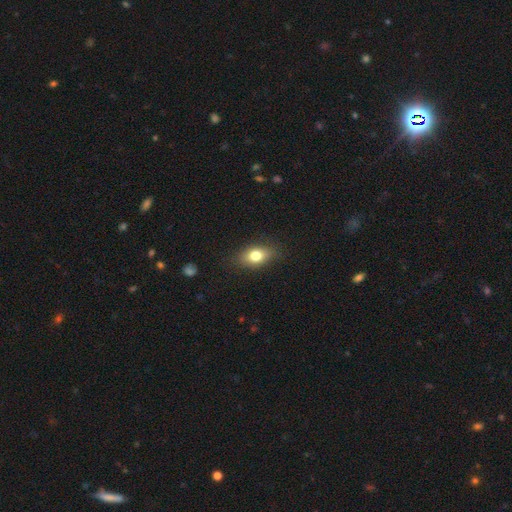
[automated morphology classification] The model was most divided on "how rounded": in between: 77%, round: 20%, cigar-shaped: 4%. More confident: merging — none (83%); smooth or featured — smooth (75%).